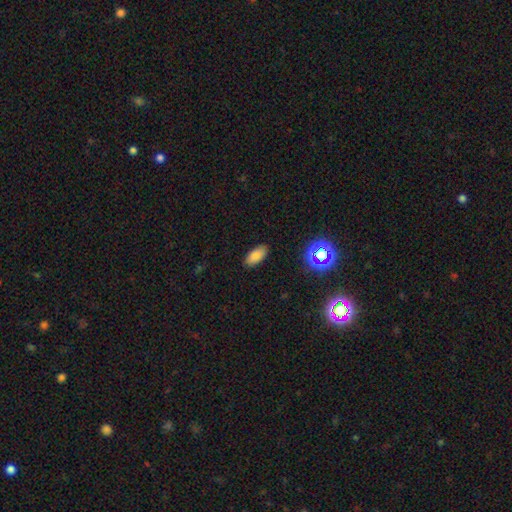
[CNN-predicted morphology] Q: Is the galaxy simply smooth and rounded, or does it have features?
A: smooth — 80%.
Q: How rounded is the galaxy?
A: in between — 89%.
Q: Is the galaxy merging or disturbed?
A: none — 87%.